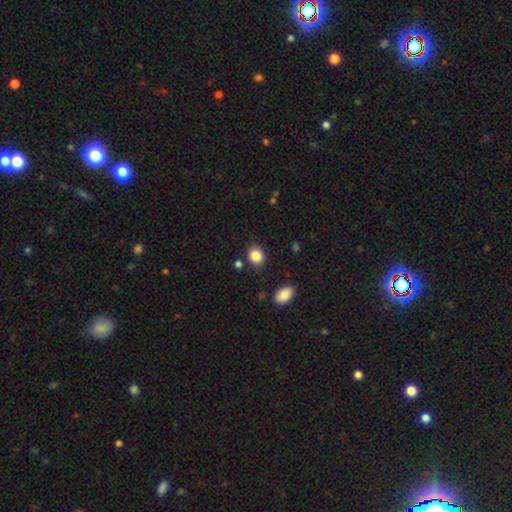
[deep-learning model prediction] The model was most divided on "how rounded": round: 64%, in between: 35%, cigar-shaped: 1%. More confident: smooth or featured — smooth (86%); merging — none (83%).